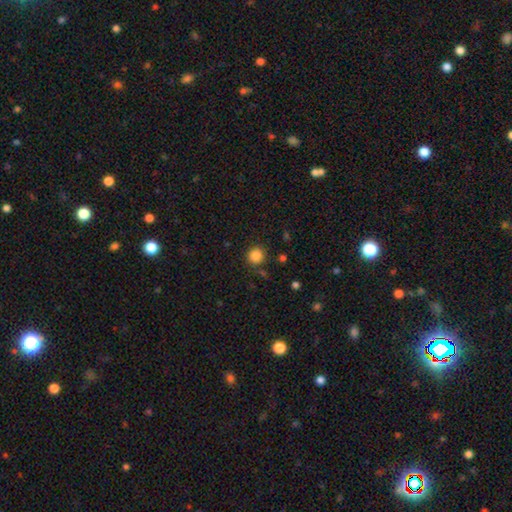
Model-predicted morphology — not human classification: This is clearly a smooth galaxy (85%). How rounded: clearly round (92%). Merging: clearly none (85%).